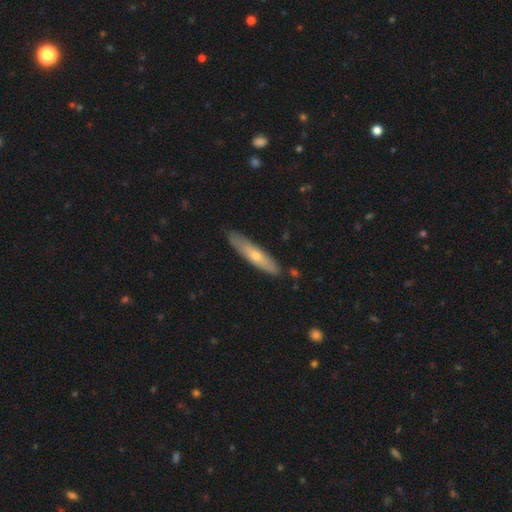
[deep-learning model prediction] smooth-or-featured: smooth: 52% | featured or disk: 43% | star or artifact: 6%
  how-rounded: cigar-shaped: 83% | in between: 15% | round: 2%
  merging: none: 85% | minor disturbance: 12% | major disturbance: 2% | merger: 2%